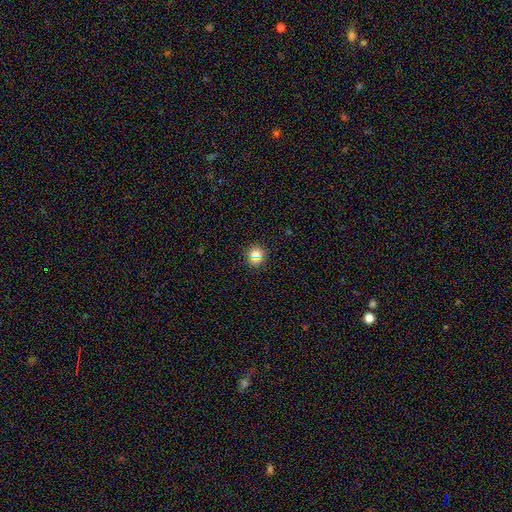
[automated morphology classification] Overall: smooth (77%). How rounded: round (87%). Merging: none (77%).